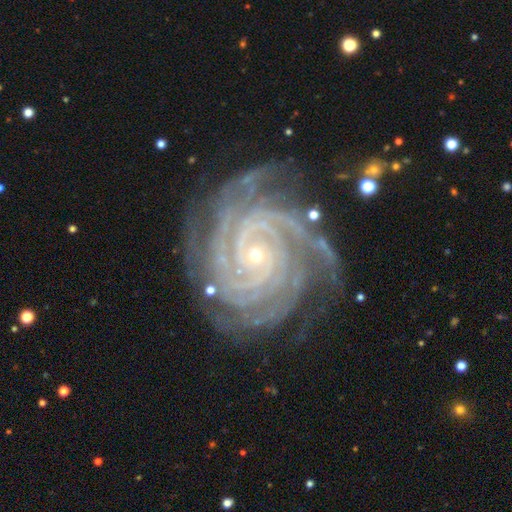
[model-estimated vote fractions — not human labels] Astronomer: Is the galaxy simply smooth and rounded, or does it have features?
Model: featured or disk — 93%.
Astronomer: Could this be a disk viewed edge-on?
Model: no — 98%.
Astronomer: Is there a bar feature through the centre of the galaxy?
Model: no — 73%.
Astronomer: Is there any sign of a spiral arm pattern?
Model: yes — 99%.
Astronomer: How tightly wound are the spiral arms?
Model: tight — 85%.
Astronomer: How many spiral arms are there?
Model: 4 — 24% (runner-up: more than 4, 19%).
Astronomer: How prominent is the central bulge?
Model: small — 82%.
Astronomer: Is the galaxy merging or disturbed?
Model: none — 73%.